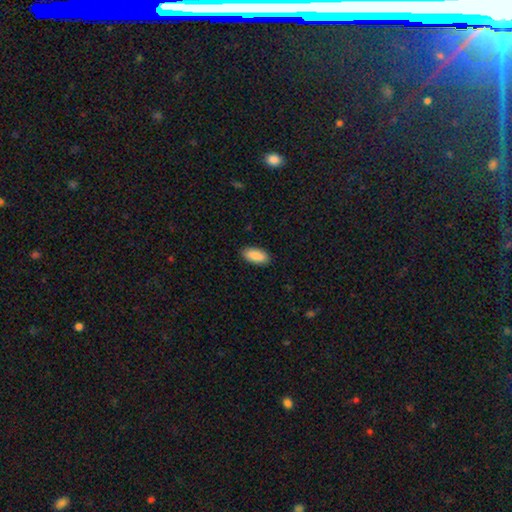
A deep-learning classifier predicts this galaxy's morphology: Q: Smooth or featured?
A: smooth (89%); runner-up: star or artifact (6%)
Q: How rounded?
A: in between (88%); runner-up: cigar-shaped (11%)
Q: Merging?
A: none (90%); runner-up: minor disturbance (8%)